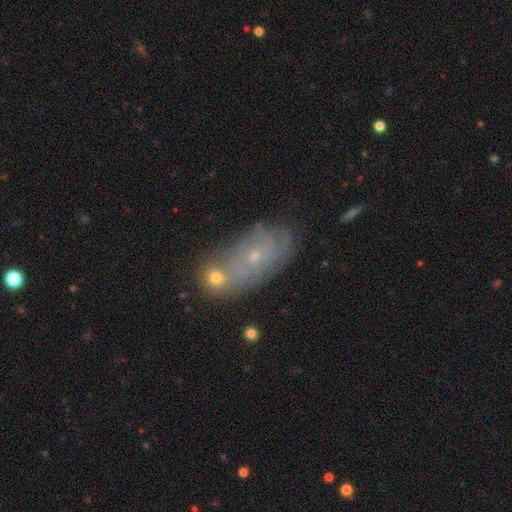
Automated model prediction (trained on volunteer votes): A featured or disk galaxy (60%) with no bar (81%), spiral arms (70%) and a small central bulge (78%). Merging: none (47%).